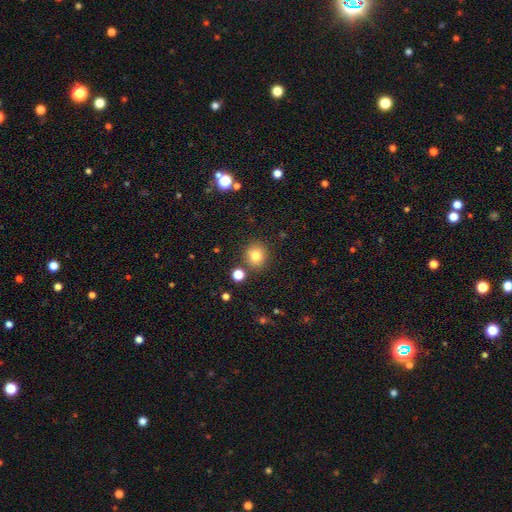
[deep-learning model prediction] Smooth or featured: smooth — 79% (star or artifact — 13%)
How rounded: round — 86% (in between — 13%)
Merging: none — 84% (minor disturbance — 8%)